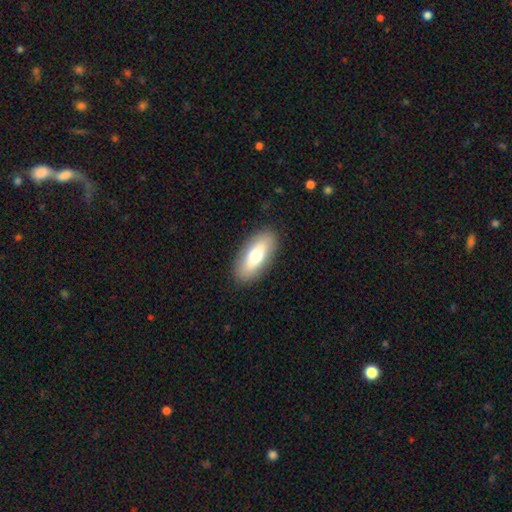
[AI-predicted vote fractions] A smooth galaxy with no disk features (69%) that is in between round and cigar-shaped (80%).

Vote fractions:
- Smooth or featured? smooth: 69% / featured or disk: 25% / star or artifact: 6%
- How rounded? in between: 80% / cigar-shaped: 18% / round: 3%
- Merging? none: 89% / minor disturbance: 8% / major disturbance: 2% / merger: 1%